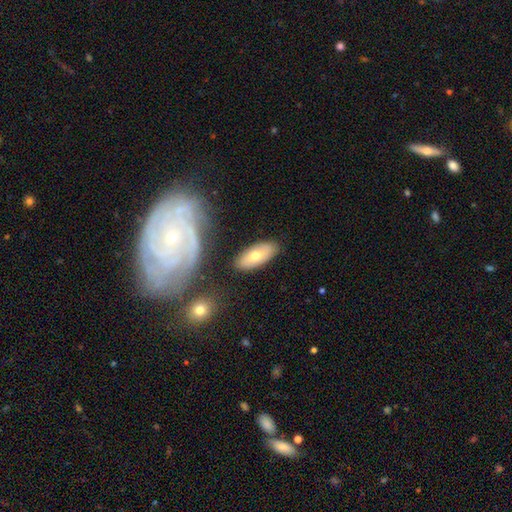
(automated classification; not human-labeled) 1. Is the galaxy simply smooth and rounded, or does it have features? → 63% smooth, 31% featured or disk, 7% star or artifact.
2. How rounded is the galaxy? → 86% in between, 11% cigar-shaped, 3% round.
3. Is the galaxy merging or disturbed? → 82% none, 11% minor disturbance, 3% merger, 3% major disturbance.